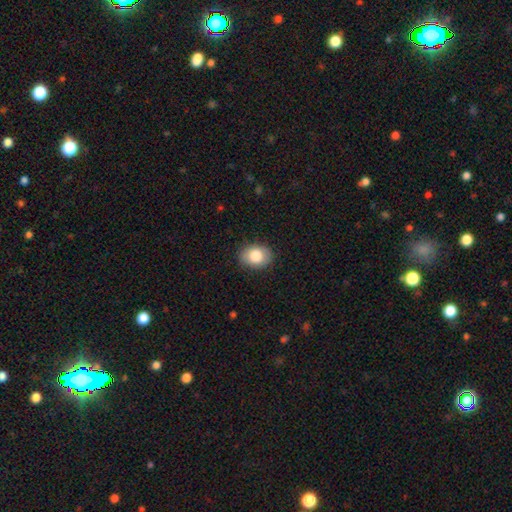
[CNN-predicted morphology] smooth 82%, featured or disk 10%, star or artifact 7%. Down the decision tree: how rounded — in between (67%); merging — none (85%).